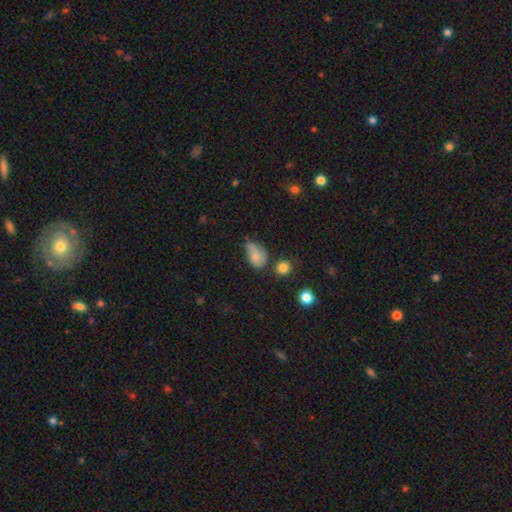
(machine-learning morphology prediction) This appears to be a smooth galaxy with no disk features (68%) that is in between round and cigar-shaped (82%). Merging: minor disturbance (39%).